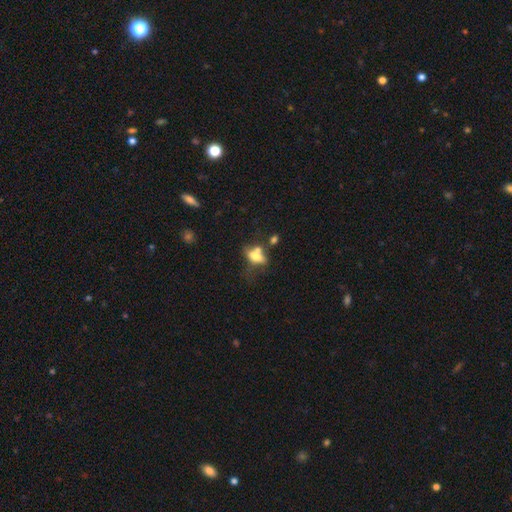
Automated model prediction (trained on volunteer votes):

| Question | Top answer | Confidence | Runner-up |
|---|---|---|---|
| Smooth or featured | smooth | 63% | featured or disk (26%) |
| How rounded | in between | 76% | cigar-shaped (12%) |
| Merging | none | 35% | merger (32%) |